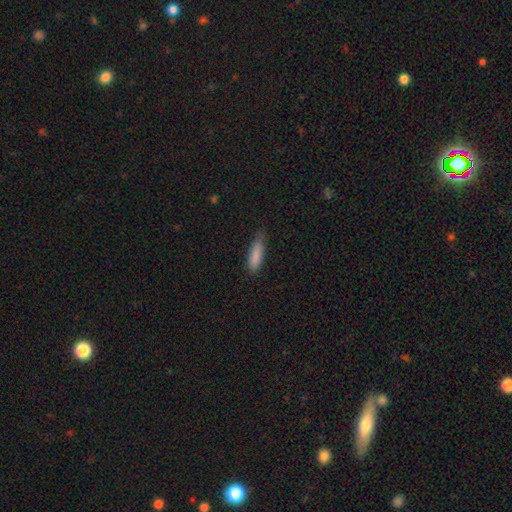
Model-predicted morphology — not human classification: Smooth or featured?
  - smooth: 86% *
  - featured or disk: 8%
  - star or artifact: 7%
How rounded?
  - cigar-shaped: 57% *
  - in between: 42%
  - round: 2%
Merging?
  - none: 65% *
  - minor disturbance: 28%
  - major disturbance: 5%
  - merger: 2%